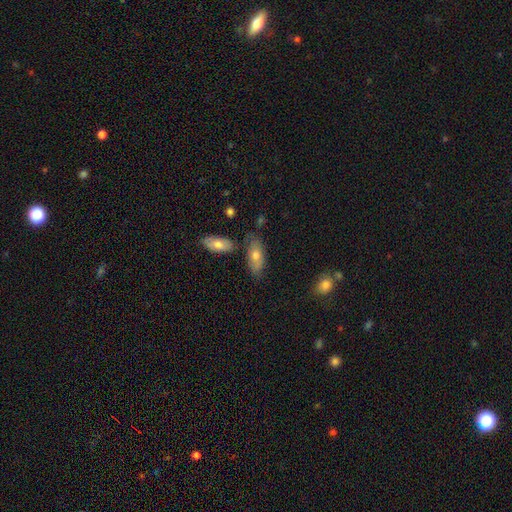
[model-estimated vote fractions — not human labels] smooth 68%, featured or disk 25%, star or artifact 8%. Down the decision tree: how rounded — in between (85%); merging — none (65%).